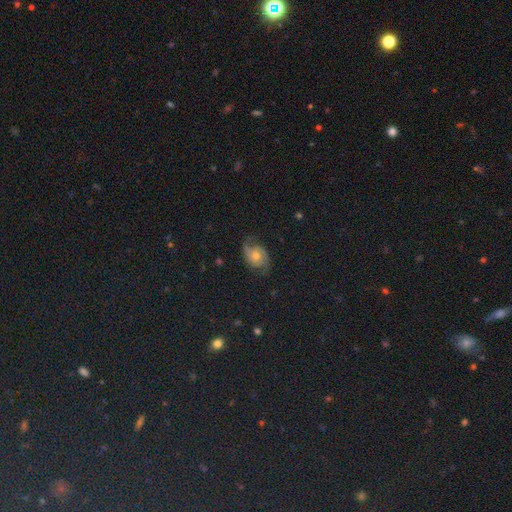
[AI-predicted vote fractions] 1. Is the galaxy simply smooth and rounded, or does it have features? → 73% featured or disk, 14% smooth, 13% star or artifact.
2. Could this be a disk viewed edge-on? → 97% no, 3% yes.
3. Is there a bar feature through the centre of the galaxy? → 75% no, 21% weak, 4% strong.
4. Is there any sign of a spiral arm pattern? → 95% yes, 5% no.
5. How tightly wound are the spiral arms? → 47% medium, 29% loose, 24% tight.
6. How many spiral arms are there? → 90% 2, 4% can't tell, 2% 1, 2% 3, 1% 4, 1% more than 4.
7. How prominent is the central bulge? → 60% moderate, 32% small, 5% large, 2% none, 1% dominant.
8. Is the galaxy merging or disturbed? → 75% none, 16% minor disturbance, 7% major disturbance, 1% merger.